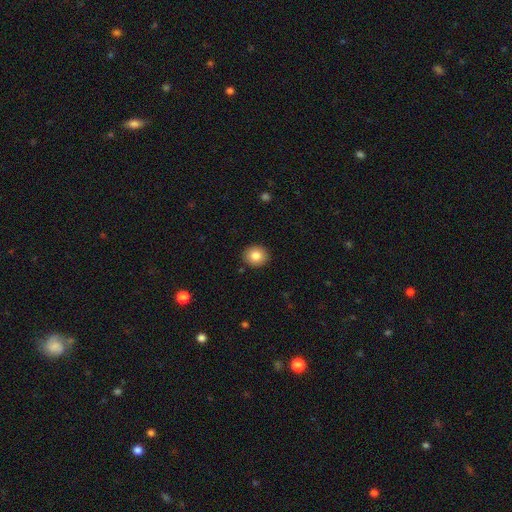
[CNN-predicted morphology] A smooth galaxy with no disk features (84%) that is round (82%). Merging: none (91%).